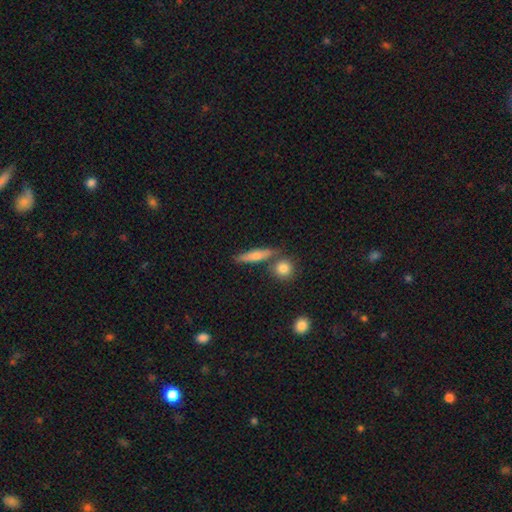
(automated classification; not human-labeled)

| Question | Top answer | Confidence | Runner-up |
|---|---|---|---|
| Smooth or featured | smooth | 68% | featured or disk (24%) |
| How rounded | cigar-shaped | 67% | in between (24%) |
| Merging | none | 70% | merger (15%) |